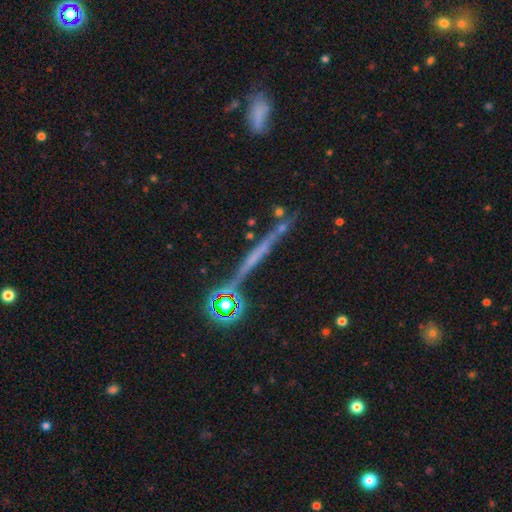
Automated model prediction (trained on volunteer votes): Smooth or featured? featured or disk (52%)
Edge-on disk? yes (91%)
Merging? none (77%)